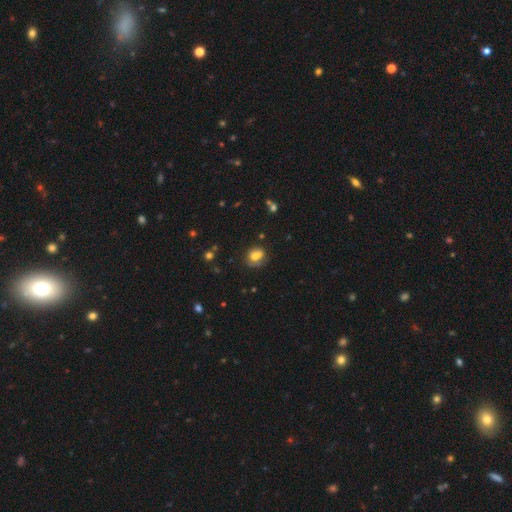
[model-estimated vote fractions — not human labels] smooth 64%, featured or disk 22%, star or artifact 14%. Down the decision tree: how rounded — in between (53%); merging — none (55%).